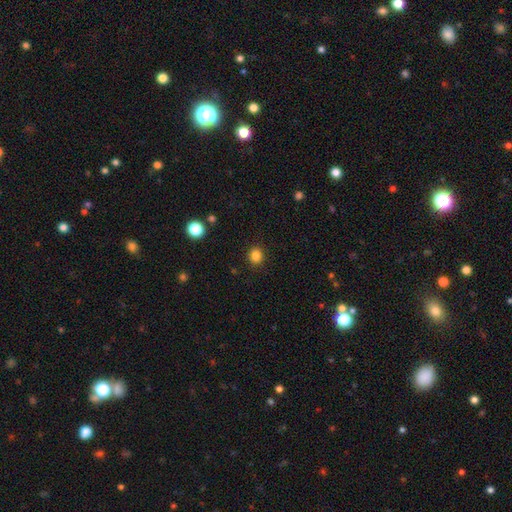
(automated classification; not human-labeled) The model was most divided on "how rounded": round: 81%, in between: 18%, cigar-shaped: 1%. More confident: merging — none (91%); smooth or featured — smooth (84%).